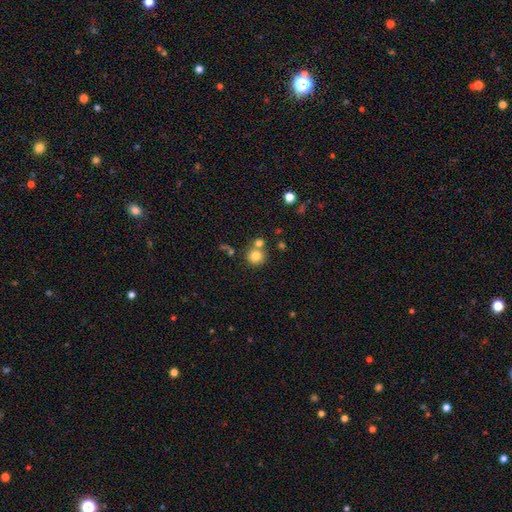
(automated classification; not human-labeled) This appears to be a smooth galaxy with no disk features (80%) that is round (92%). Merging: none (66%).